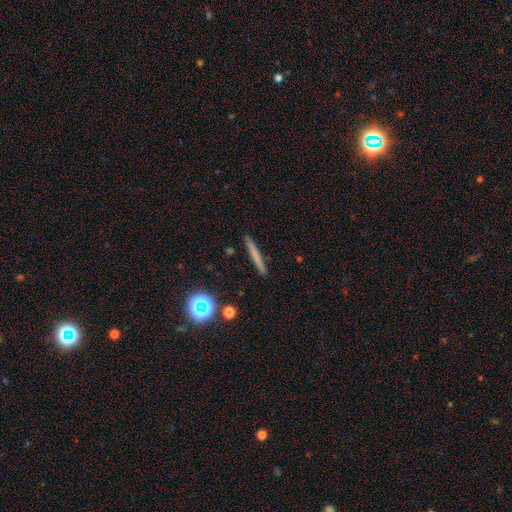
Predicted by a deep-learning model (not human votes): Smooth or featured? Predicted: smooth (p=0.63). How rounded? Predicted: cigar-shaped (p=0.95). Merging? Predicted: none (p=0.90).